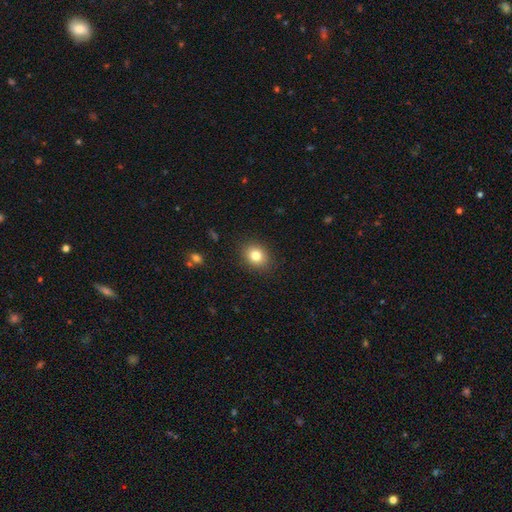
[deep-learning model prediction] A smooth galaxy with no disk features (81%) that is round (51%). Merging: none (88%).